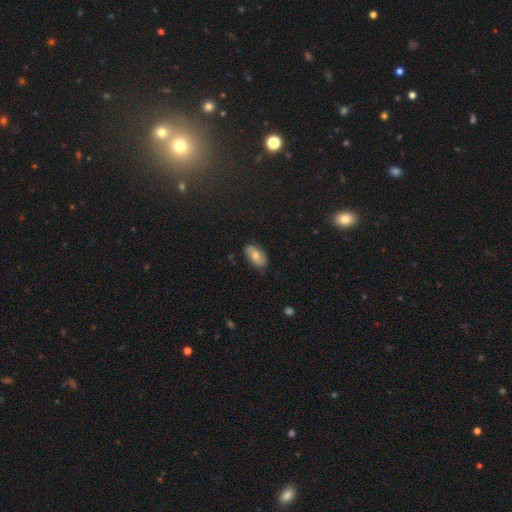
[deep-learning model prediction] Q: Smooth or featured?
A: smooth (61%); runner-up: featured or disk (31%)
Q: How rounded?
A: in between (93%); runner-up: round (4%)
Q: Merging?
A: none (77%); runner-up: minor disturbance (18%)